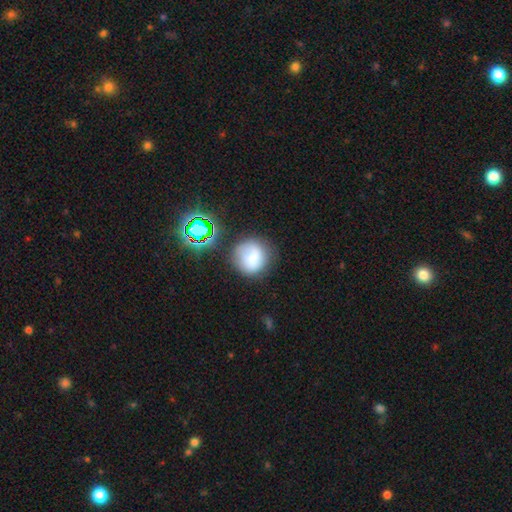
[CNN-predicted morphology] This is likely a smooth galaxy (74%). How rounded: clearly round (88%). Merging: likely none (67%).